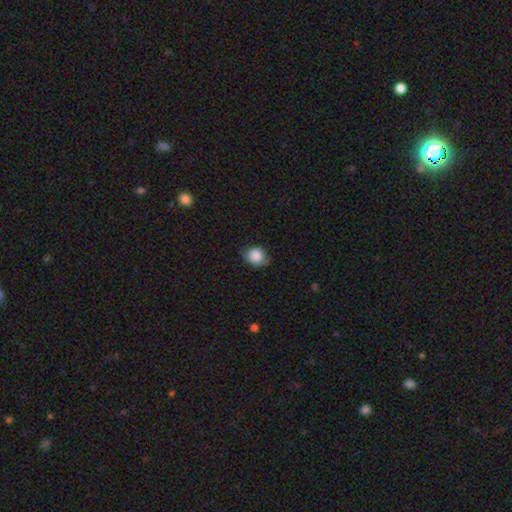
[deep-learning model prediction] A smooth galaxy with no disk features (86%) that is round (72%). Merging: none (70%).